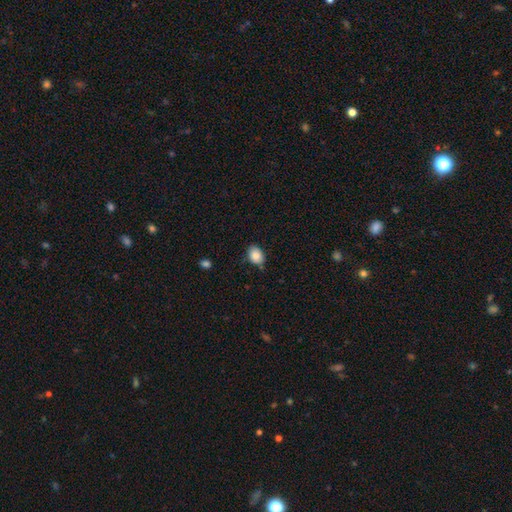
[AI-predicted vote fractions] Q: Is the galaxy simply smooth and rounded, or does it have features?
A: smooth — 87%.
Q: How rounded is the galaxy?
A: in between — 74%.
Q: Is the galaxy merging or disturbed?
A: none — 76%.